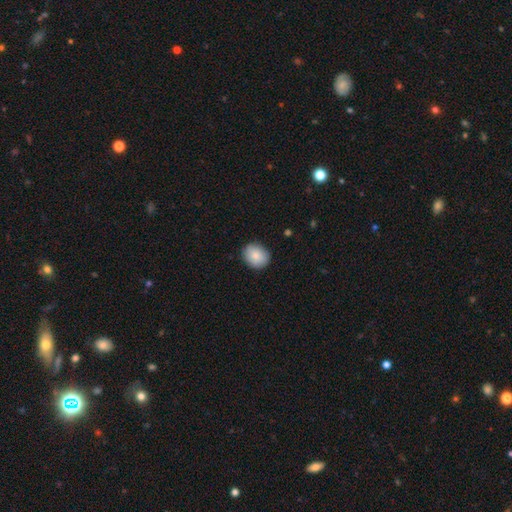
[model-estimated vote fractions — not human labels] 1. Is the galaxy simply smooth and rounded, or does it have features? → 83% smooth, 9% featured or disk, 7% star or artifact.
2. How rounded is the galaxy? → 64% round, 35% in between, 1% cigar-shaped.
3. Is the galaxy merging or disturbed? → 86% none, 11% minor disturbance, 2% major disturbance, 1% merger.